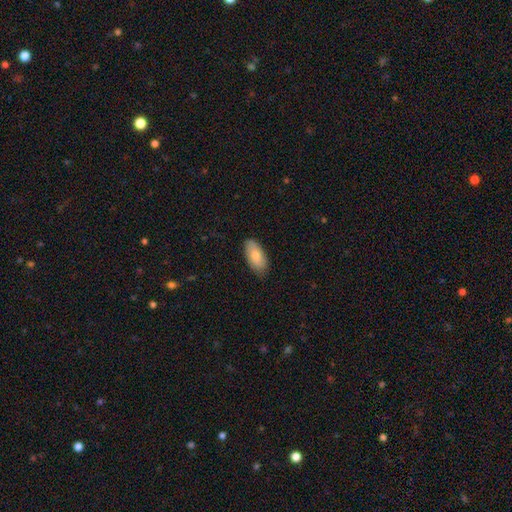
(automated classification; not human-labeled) Q: Smooth or featured?
A: smooth (77%); runner-up: featured or disk (17%)
Q: How rounded?
A: in between (91%); runner-up: cigar-shaped (6%)
Q: Merging?
A: none (82%); runner-up: minor disturbance (15%)